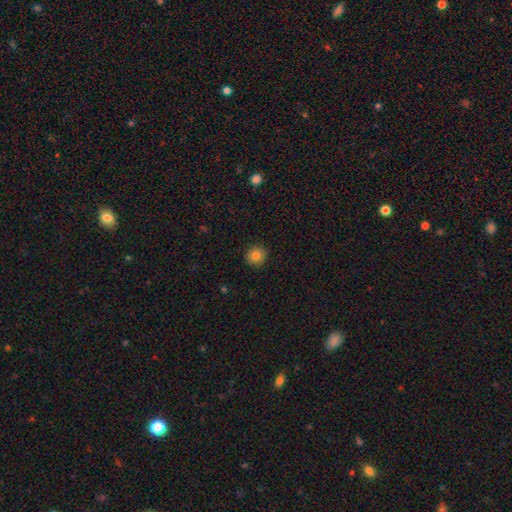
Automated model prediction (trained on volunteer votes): This appears to be a smooth galaxy with no disk features (83%) that is round (93%). Merging: none (91%).